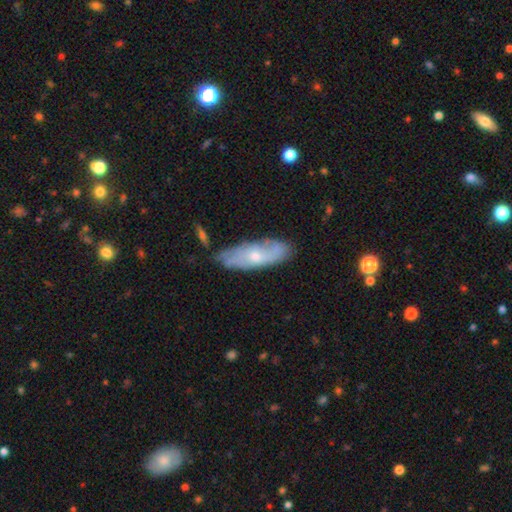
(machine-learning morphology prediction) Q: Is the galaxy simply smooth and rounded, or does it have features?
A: featured or disk — 52%.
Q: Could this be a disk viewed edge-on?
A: no — 75%.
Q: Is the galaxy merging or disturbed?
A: none — 66%.